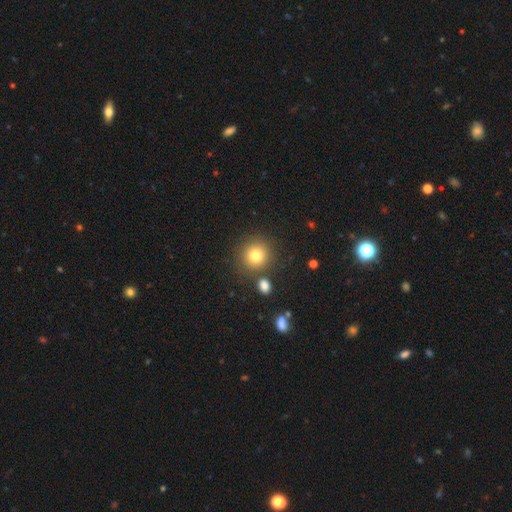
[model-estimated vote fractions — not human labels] Smooth or featured?
  - smooth: 78% *
  - star or artifact: 13%
  - featured or disk: 9%
How rounded?
  - round: 92% *
  - in between: 7%
  - cigar-shaped: 1%
Merging?
  - none: 82% *
  - minor disturbance: 8%
  - merger: 7%
  - major disturbance: 3%